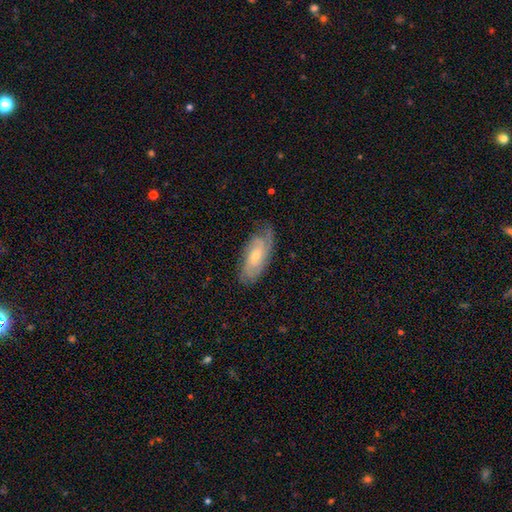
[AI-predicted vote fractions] Smooth or featured: featured or disk — 80% (smooth — 14%)
Edge-on disk: no — 92% (yes — 8%)
Bar: no — 61% (weak — 32%)
Spiral arms: yes — 96% (no — 4%)
Spiral winding: tight — 61% (medium — 31%)
Spiral arm count: 2 — 34% (can't tell — 28%)
Bulge size: small — 61% (moderate — 35%)
Merging: none — 76% (minor disturbance — 18%)